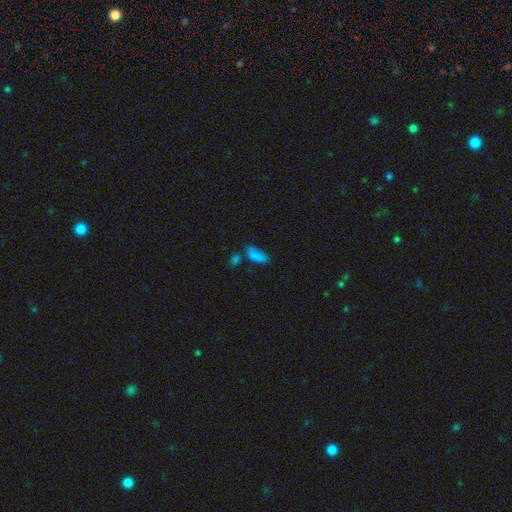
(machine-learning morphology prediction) smooth 81%, star or artifact 11%, featured or disk 8%. Down the decision tree: how rounded — in between (80%); merging — none (46%).